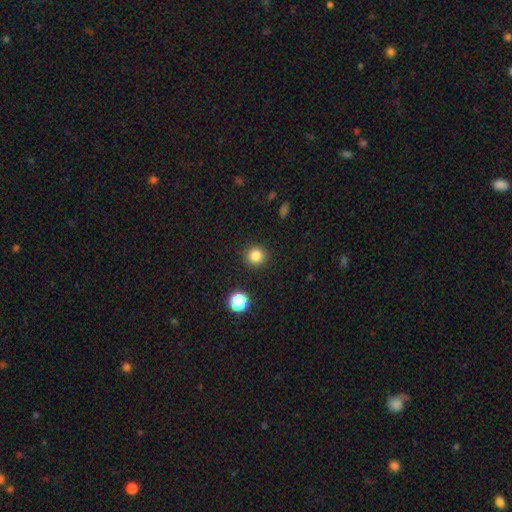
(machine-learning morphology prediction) type=smooth (83%); roundness=round (93%); merging=none (91%).